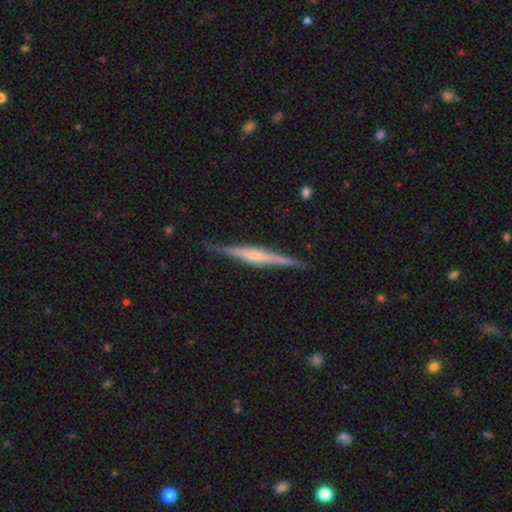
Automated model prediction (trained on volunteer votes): smooth_or_featured: featured or disk (p=0.73) [alt: smooth p=0.22]
disk_edge_on: yes (p=0.98) [alt: no p=0.02]
edge_on_bulge: rounded (p=0.44) [alt: boxy p=0.30]
merging: none (p=0.88) [alt: minor disturbance p=0.09]